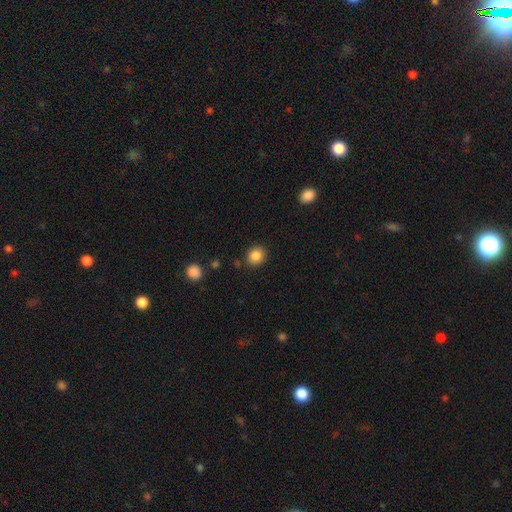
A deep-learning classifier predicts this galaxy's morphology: smooth_or_featured: smooth (p=0.86) [alt: star or artifact p=0.09]
how_rounded: round (p=0.78) [alt: in between p=0.21]
merging: none (p=0.87) [alt: minor disturbance p=0.08]